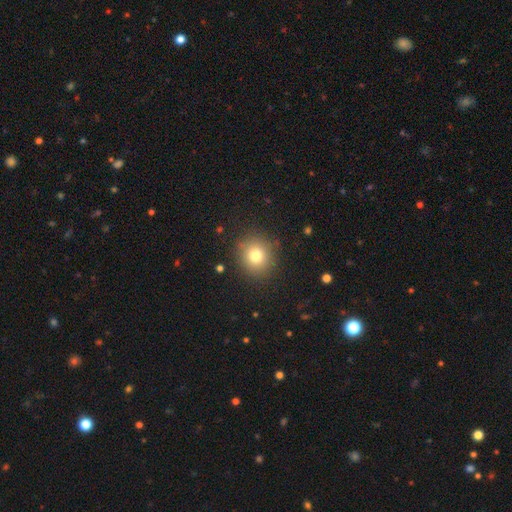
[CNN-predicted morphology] Smooth or featured? Predicted: smooth (p=0.77). How rounded? Predicted: round (p=0.87). Merging? Predicted: none (p=0.87).